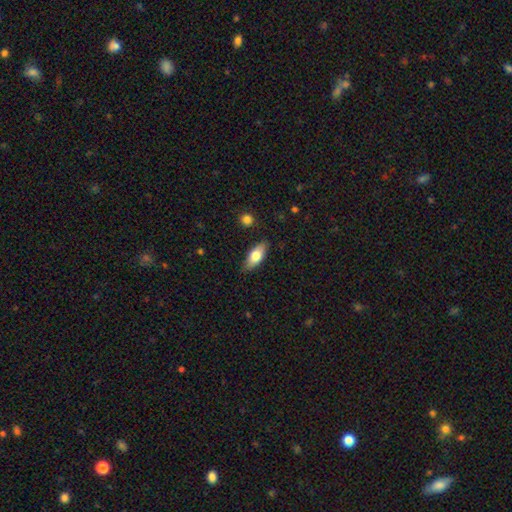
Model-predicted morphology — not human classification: Q: Smooth or featured?
A: smooth (73%); runner-up: featured or disk (21%)
Q: How rounded?
A: in between (81%); runner-up: cigar-shaped (16%)
Q: Merging?
A: none (84%); runner-up: minor disturbance (12%)